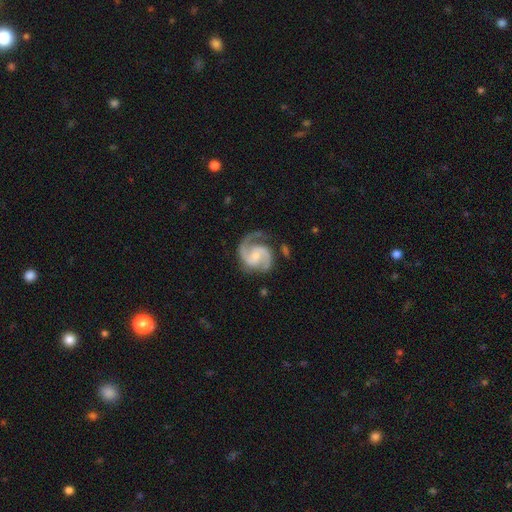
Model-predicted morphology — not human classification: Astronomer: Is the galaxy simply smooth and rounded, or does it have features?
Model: featured or disk — 92%.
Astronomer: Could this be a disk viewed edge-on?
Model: no — 98%.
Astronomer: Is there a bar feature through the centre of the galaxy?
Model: no — 50% (runner-up: weak, 40%).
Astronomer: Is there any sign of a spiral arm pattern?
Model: yes — 98%.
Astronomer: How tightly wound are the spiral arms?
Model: medium — 59%.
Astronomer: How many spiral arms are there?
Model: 2 — 90%.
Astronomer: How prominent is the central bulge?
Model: small — 58%.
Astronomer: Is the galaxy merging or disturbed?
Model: none — 72%.